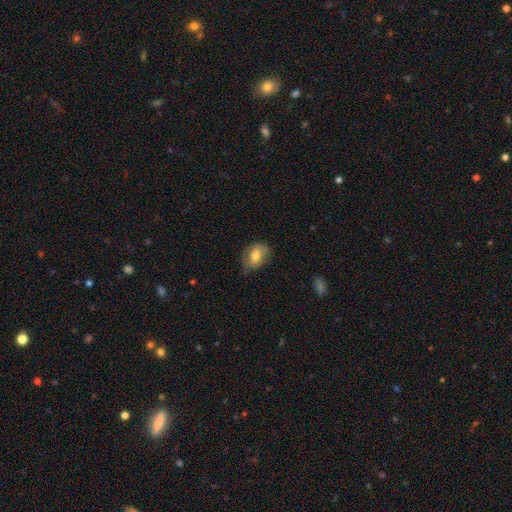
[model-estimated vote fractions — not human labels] Smooth or featured: smooth — 70% (featured or disk — 22%)
How rounded: in between — 74% (round — 24%)
Merging: none — 63% (minor disturbance — 28%)